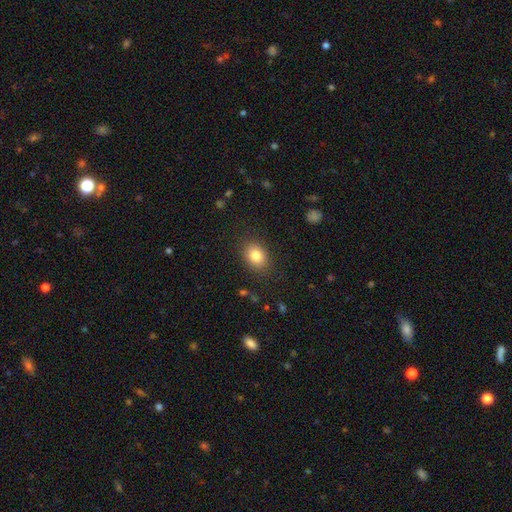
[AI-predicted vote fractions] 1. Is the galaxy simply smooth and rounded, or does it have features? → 82% smooth, 9% star or artifact, 9% featured or disk.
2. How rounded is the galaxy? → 64% in between, 35% round, 1% cigar-shaped.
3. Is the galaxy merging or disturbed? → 86% none, 10% minor disturbance, 3% major disturbance, 1% merger.